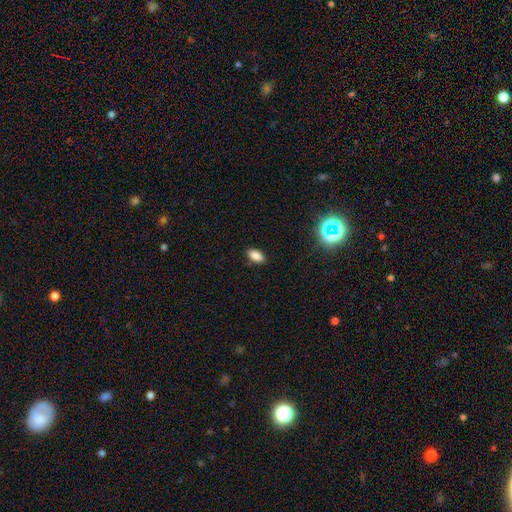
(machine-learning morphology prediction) This appears to be a smooth galaxy with no disk features (84%) that is in between round and cigar-shaped (91%). Merging: none (88%).